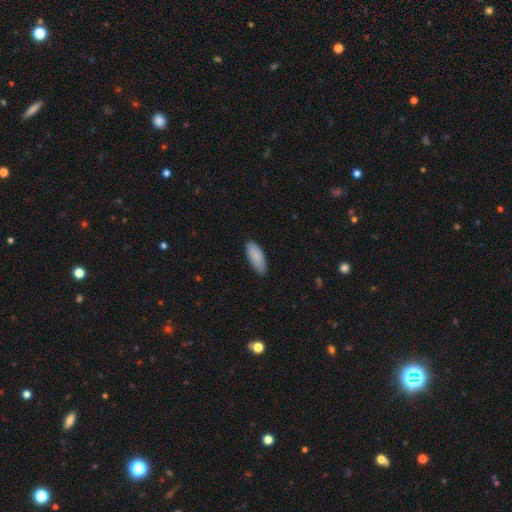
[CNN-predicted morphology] This appears to be a smooth galaxy with no disk features (86%) that is in between round and cigar-shaped (82%). Merging: none (79%).